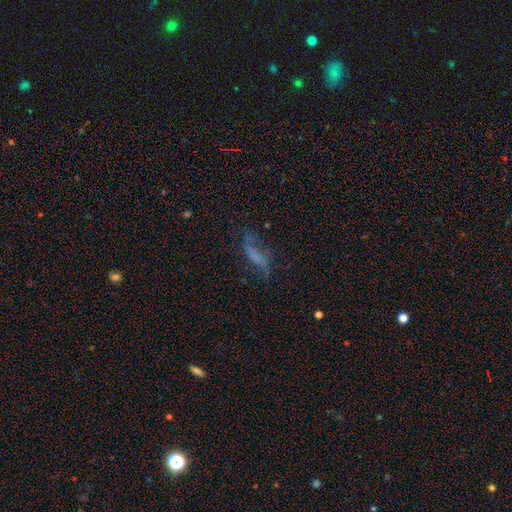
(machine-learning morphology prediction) A smooth galaxy with no disk features (44%). Merging: none (48%).